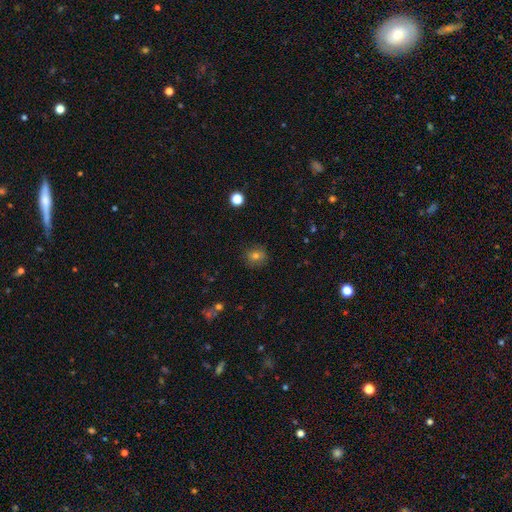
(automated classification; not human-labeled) smooth-or-featured: smooth: 70% | star or artifact: 16% | featured or disk: 14%
  how-rounded: round: 82% | in between: 17% | cigar-shaped: 1%
  merging: none: 85% | minor disturbance: 11% | major disturbance: 3% | merger: 1%